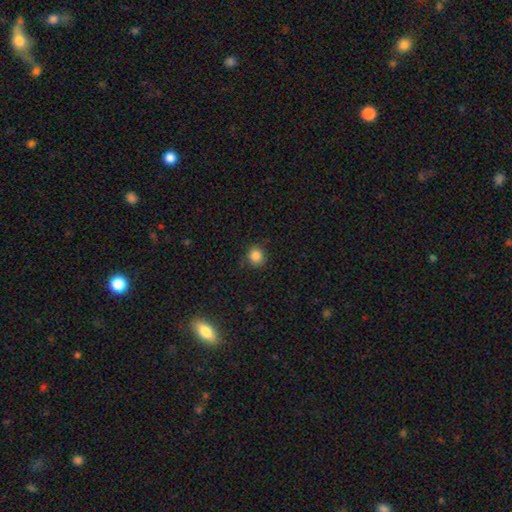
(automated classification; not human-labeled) Q: Smooth or featured?
A: smooth (85%); runner-up: star or artifact (11%)
Q: How rounded?
A: round (85%); runner-up: in between (14%)
Q: Merging?
A: none (83%); runner-up: minor disturbance (12%)